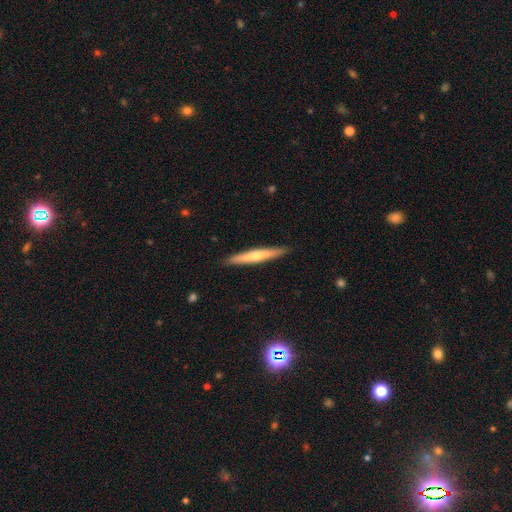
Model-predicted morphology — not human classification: The model was most divided on "smooth or featured": featured or disk: 51%, smooth: 44%, star or artifact: 5%. More confident: edge-on disk — yes (96%); merging — none (91%).